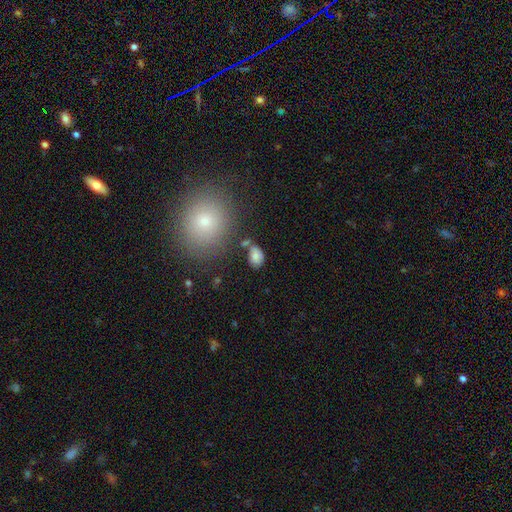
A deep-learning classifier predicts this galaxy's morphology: smooth_or_featured: smooth (p=0.79) [alt: star or artifact p=0.11]
how_rounded: in between (p=0.77) [alt: round p=0.21]
merging: none (p=0.55) [alt: minor disturbance p=0.22]